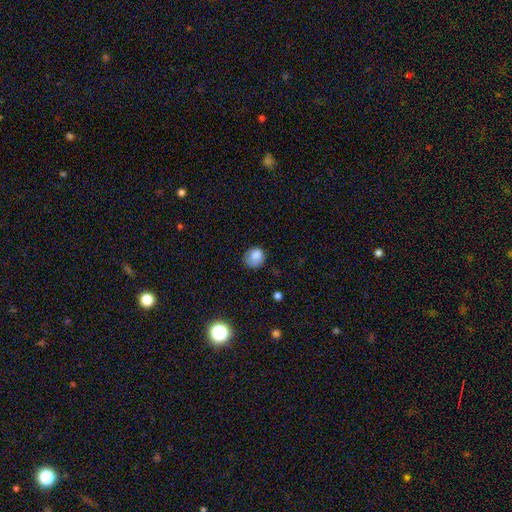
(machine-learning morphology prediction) Smooth or featured: smooth — 80% (star or artifact — 10%)
How rounded: round — 77% (in between — 22%)
Merging: none — 64% (minor disturbance — 26%)